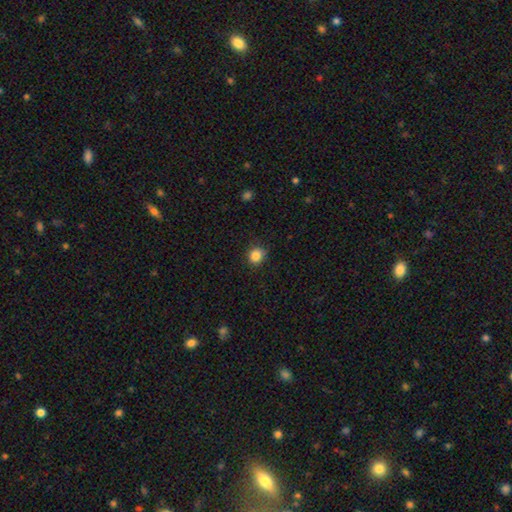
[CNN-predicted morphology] Smooth or featured: smooth — 86% (star or artifact — 11%)
How rounded: round — 79% (in between — 20%)
Merging: none — 82% (minor disturbance — 14%)